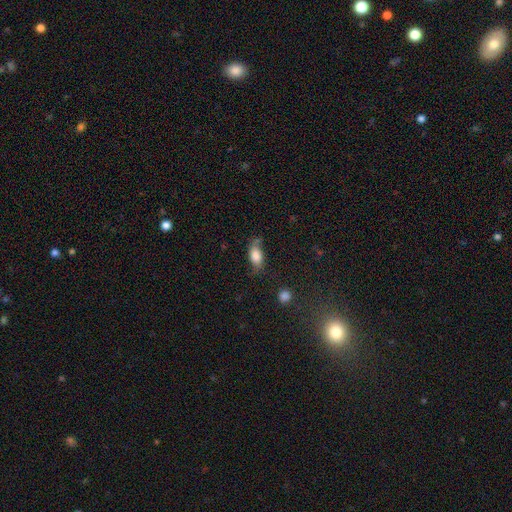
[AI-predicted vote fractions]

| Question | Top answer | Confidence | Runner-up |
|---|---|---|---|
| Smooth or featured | smooth | 67% | featured or disk (24%) |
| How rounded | in between | 87% | round (7%) |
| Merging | none | 52% | minor disturbance (30%) |